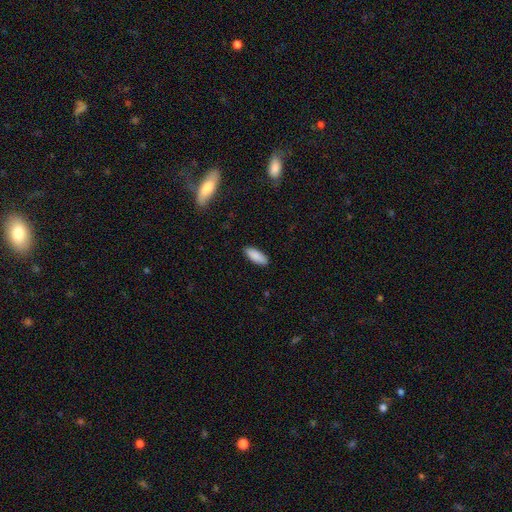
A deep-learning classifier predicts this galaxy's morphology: Smooth or featured? smooth (89%)
How rounded? in between (75%)
Merging? none (89%)